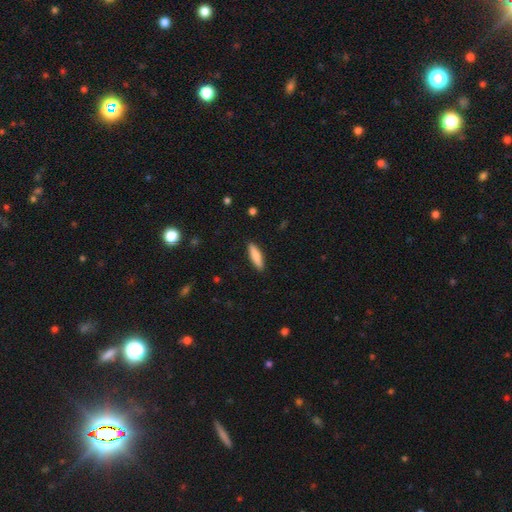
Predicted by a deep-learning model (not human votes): smooth_or_featured: smooth (p=0.83) [alt: featured or disk p=0.11]
how_rounded: cigar-shaped (p=0.67) [alt: in between p=0.31]
merging: none (p=0.89) [alt: minor disturbance p=0.08]